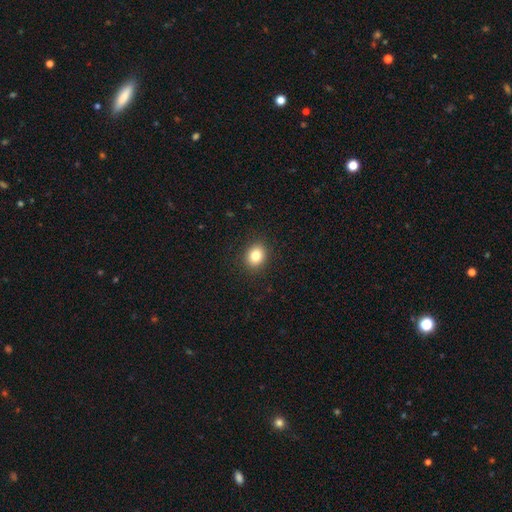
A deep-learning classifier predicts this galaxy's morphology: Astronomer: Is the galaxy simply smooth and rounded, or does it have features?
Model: smooth — 82%.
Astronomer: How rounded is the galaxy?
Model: round — 61% (runner-up: in between, 38%).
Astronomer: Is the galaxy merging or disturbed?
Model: none — 90%.